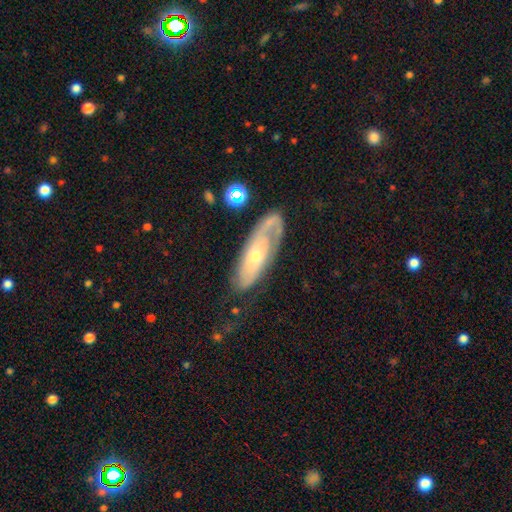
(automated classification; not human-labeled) The model was most divided on "bulge size": small: 55%, moderate: 41%, large: 2%, none: 1%, dominant: 1%. More confident: edge-on disk — no (82%); bar — no (77%); spiral arms — yes (76%); smooth or featured — featured or disk (70%); merging — none (57%).